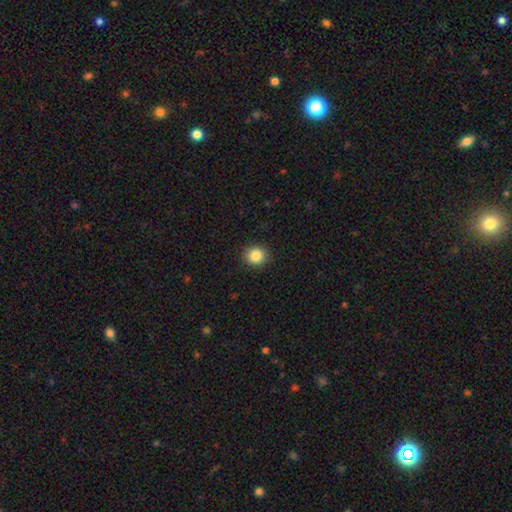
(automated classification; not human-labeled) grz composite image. It shows a smooth galaxy with no disk features (86%) that is round (85%). Merging: none (91%).